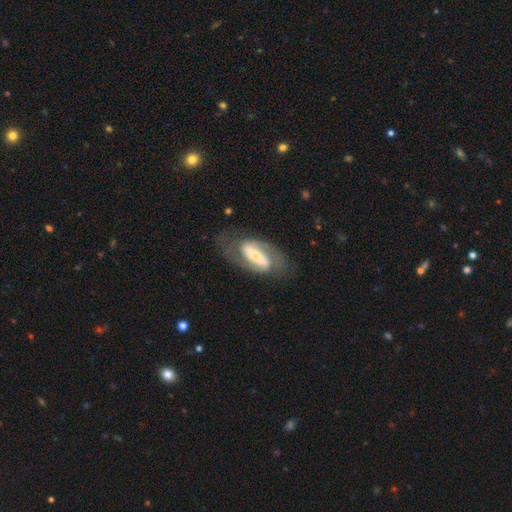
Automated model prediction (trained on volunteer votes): smooth_or_featured: featured or disk (p=0.79) [alt: smooth p=0.16]
disk_edge_on: no (p=0.92) [alt: yes p=0.08]
bar: strong (p=0.63) [alt: weak p=0.23]
has_spiral_arms: yes (p=0.85) [alt: no p=0.15]
spiral_winding: medium (p=0.45) [alt: loose p=0.28]
spiral_arm_count: 2 (p=0.87) [alt: can't tell p=0.07]
bulge_size: small (p=0.50) [alt: moderate p=0.39]
merging: none (p=0.67) [alt: minor disturbance p=0.18]